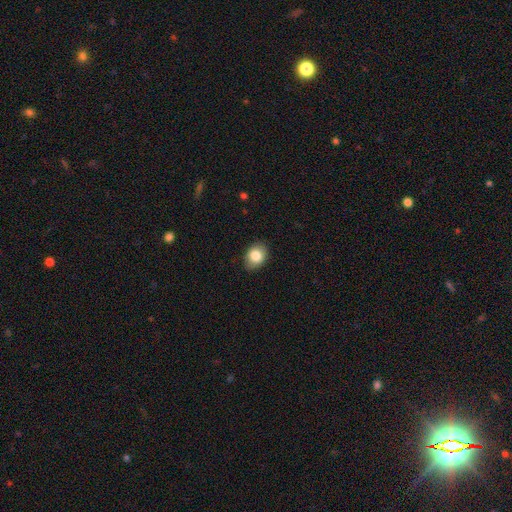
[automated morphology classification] Q: Smooth or featured?
A: smooth (84%); runner-up: featured or disk (8%)
Q: How rounded?
A: in between (63%); runner-up: round (36%)
Q: Merging?
A: none (85%); runner-up: minor disturbance (12%)